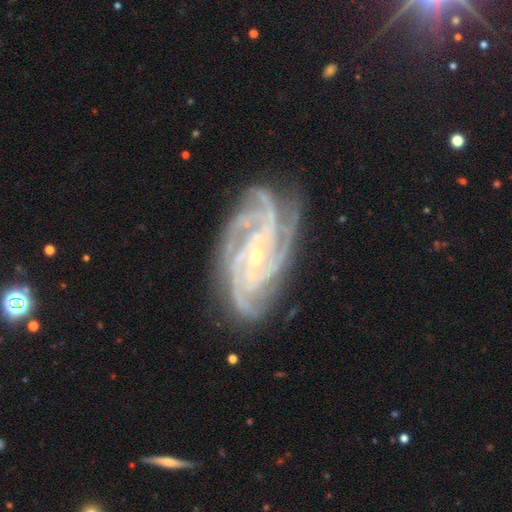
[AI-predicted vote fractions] Overall: featured or disk (92%). Edge-on disk: no (96%). Bar: no (54%; weak 30%). Spiral arms: yes (99%). Spiral arm count: 4 (42%; 3 21%). Spiral winding: tight (70%). Bulge size: small (75%). Merging: none (77%).